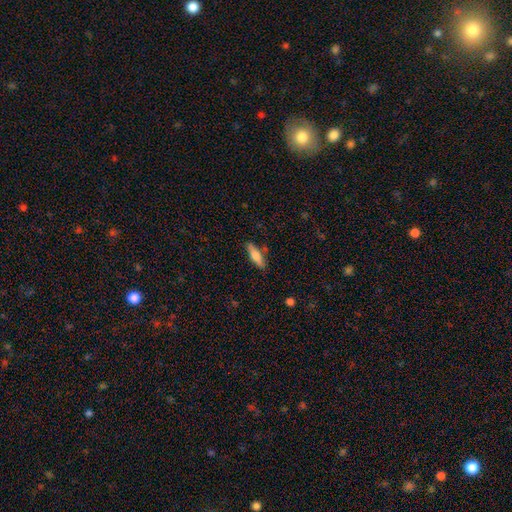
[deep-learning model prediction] Q: Smooth or featured?
A: smooth (69%); runner-up: featured or disk (25%)
Q: How rounded?
A: cigar-shaped (58%); runner-up: in between (40%)
Q: Merging?
A: none (82%); runner-up: minor disturbance (12%)